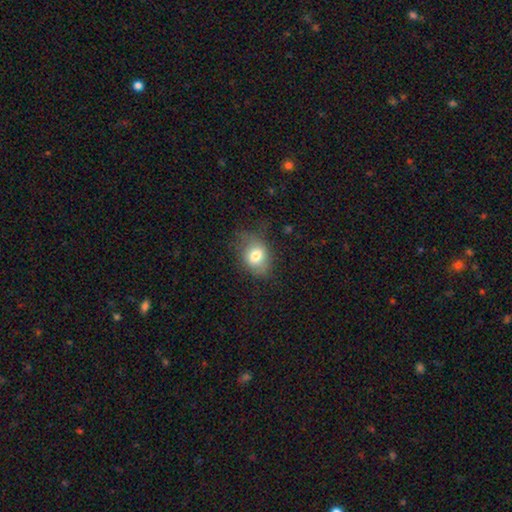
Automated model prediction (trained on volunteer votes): smooth-or-featured: smooth: 76% | featured or disk: 15% | star or artifact: 10%
  how-rounded: in between: 68% | round: 31% | cigar-shaped: 1%
  merging: none: 56% | minor disturbance: 29% | major disturbance: 14% | merger: 2%